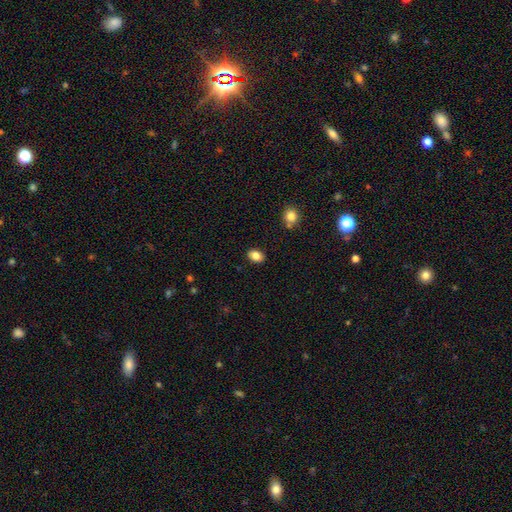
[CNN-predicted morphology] type=smooth (84%); roundness=in between (77%); merging=none (88%).